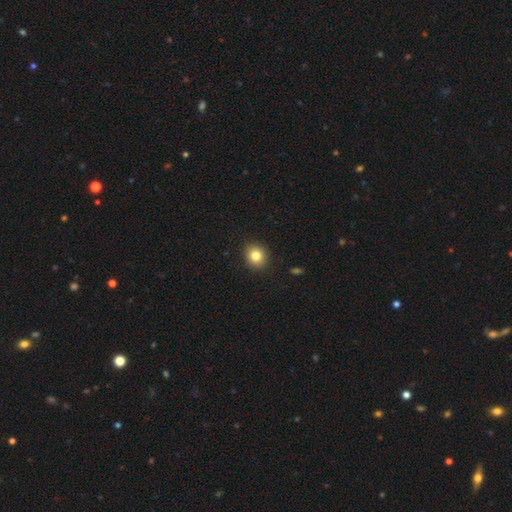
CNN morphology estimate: This appears to be a smooth galaxy with no disk features (81%) that is round (77%). Merging: none (91%).